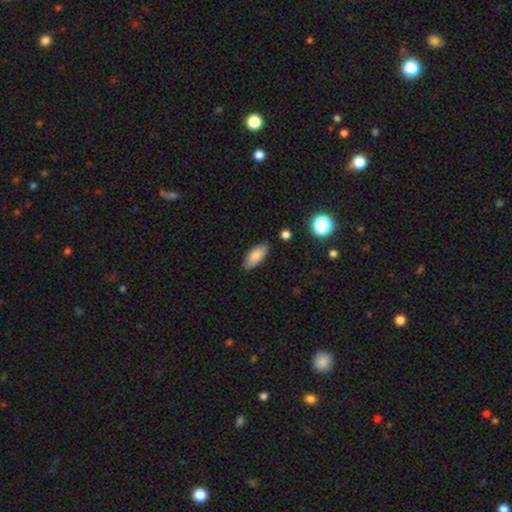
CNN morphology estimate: This is clearly a smooth galaxy (84%). How rounded: clearly in between (82%). Merging: clearly none (85%).